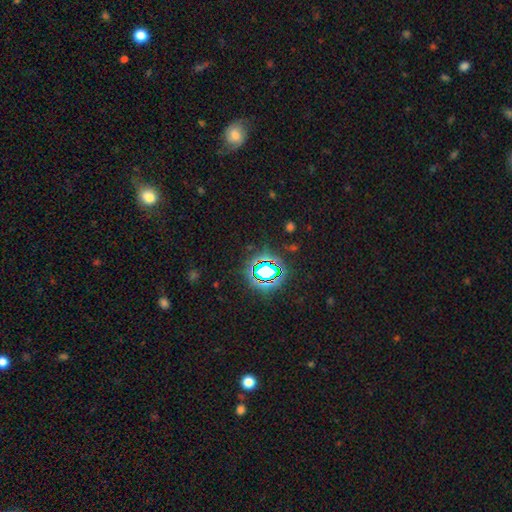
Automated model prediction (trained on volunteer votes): This is likely a star or artifact rather than a galaxy (80%).